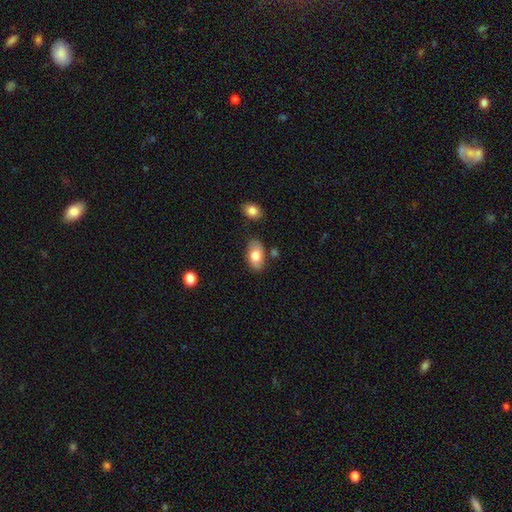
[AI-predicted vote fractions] Smooth or featured? smooth (79%)
How rounded? in between (92%)
Merging? none (79%)